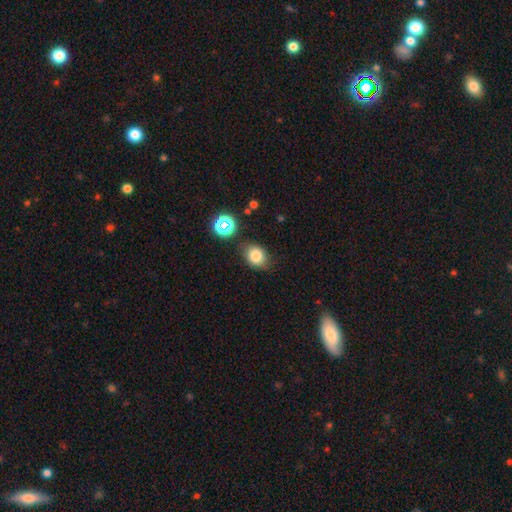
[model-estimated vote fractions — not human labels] Morphology: type=smooth (80%); roundness=in between (56%); merging=none (75%).